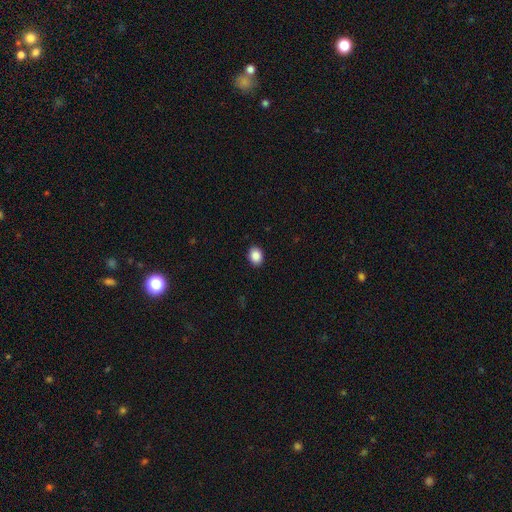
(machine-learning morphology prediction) The model was most divided on "how rounded": in between: 60%, round: 39%, cigar-shaped: 1%. More confident: merging — none (91%); smooth or featured — smooth (89%).